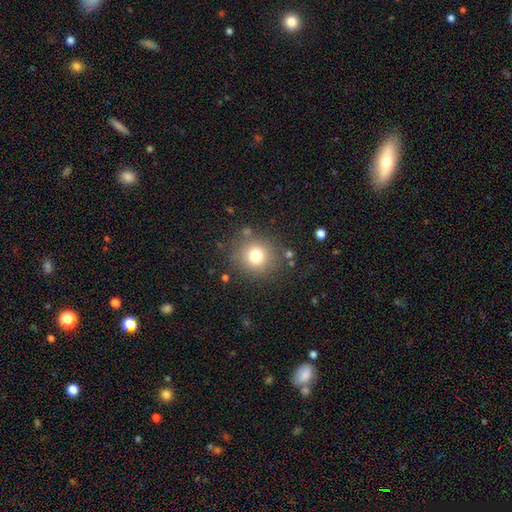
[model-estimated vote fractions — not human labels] Smooth or featured: smooth — 76% (star or artifact — 14%)
How rounded: round — 89% (in between — 10%)
Merging: none — 82% (minor disturbance — 10%)